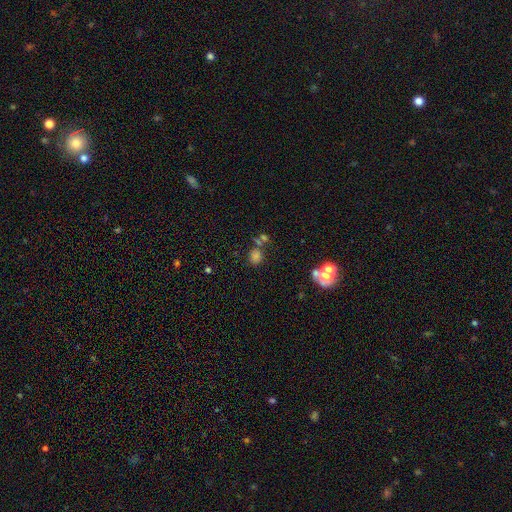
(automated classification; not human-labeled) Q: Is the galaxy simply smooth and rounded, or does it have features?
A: smooth — 66%.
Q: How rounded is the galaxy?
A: round — 78%.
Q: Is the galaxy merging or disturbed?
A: none — 63%.